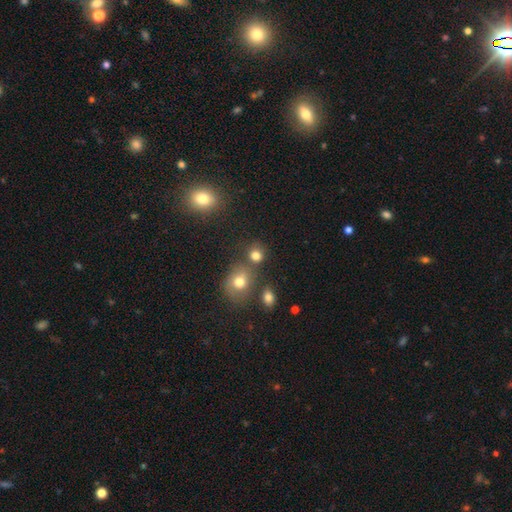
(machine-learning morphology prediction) This is likely a smooth galaxy (78%). How rounded: likely round (75%). Merging: likely none (65%).